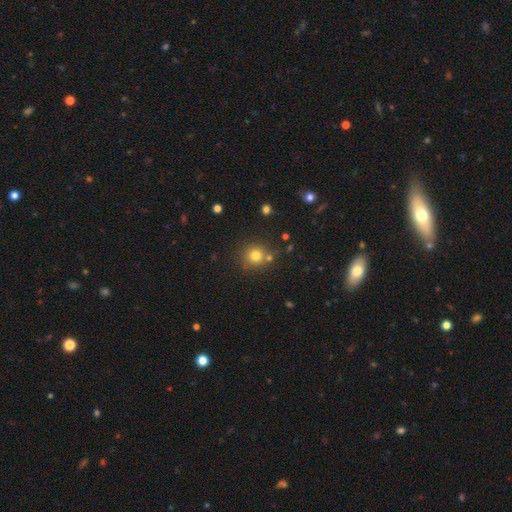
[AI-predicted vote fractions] Smooth or featured? Predicted: smooth (p=0.77). How rounded? Predicted: round (p=0.90). Merging? Predicted: none (p=0.75).